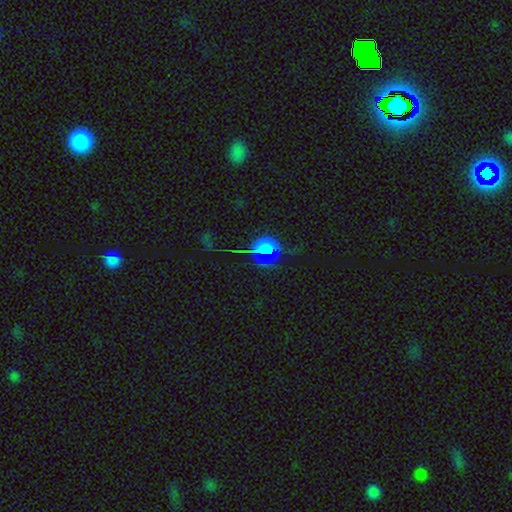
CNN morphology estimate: Smooth or featured?
  - star or artifact: 49% *
  - smooth: 43%
  - featured or disk: 8%